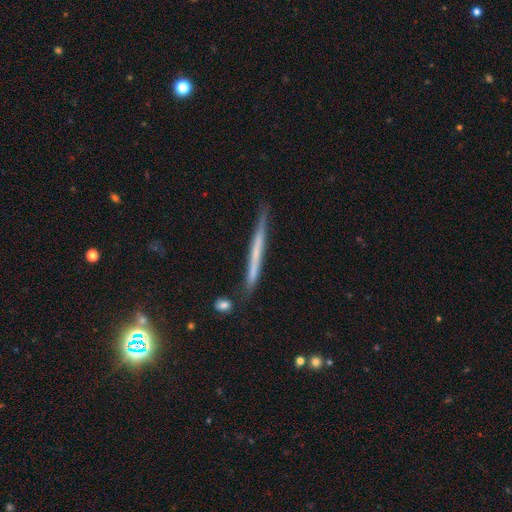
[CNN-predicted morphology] Smooth or featured?
  - featured or disk: 52% *
  - smooth: 40%
  - star or artifact: 8%
Edge-on disk?
  - yes: 96% *
  - no: 4%
Merging?
  - none: 84% *
  - minor disturbance: 12%
  - merger: 2%
  - major disturbance: 2%